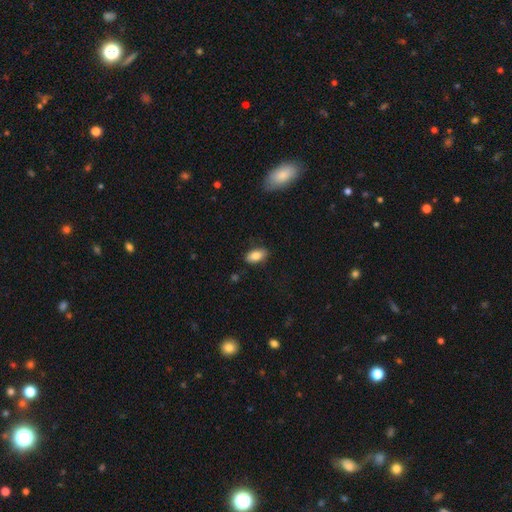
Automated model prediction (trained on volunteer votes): This is clearly a smooth galaxy (83%). How rounded: clearly in between (91%). Merging: clearly none (84%).